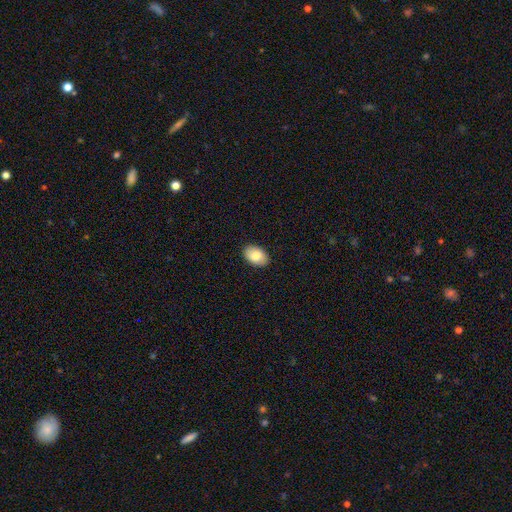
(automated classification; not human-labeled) smooth-or-featured: smooth: 83% | featured or disk: 10% | star or artifact: 7%
  how-rounded: in between: 89% | round: 10% | cigar-shaped: 1%
  merging: none: 90% | minor disturbance: 8% | major disturbance: 2% | merger: 1%